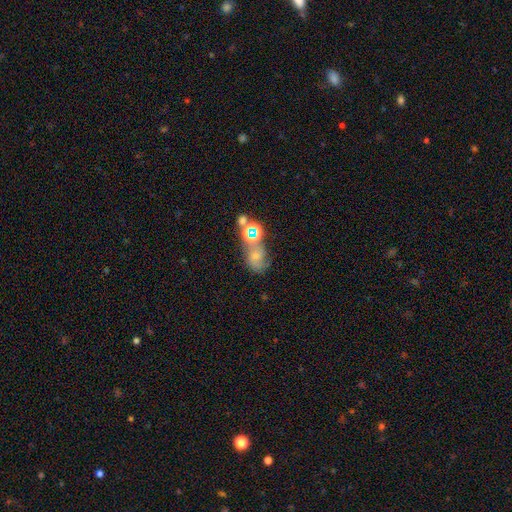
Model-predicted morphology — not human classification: Smooth or featured: smooth — 40% (featured or disk — 35%)
Merging: none — 38% (merger — 28%)